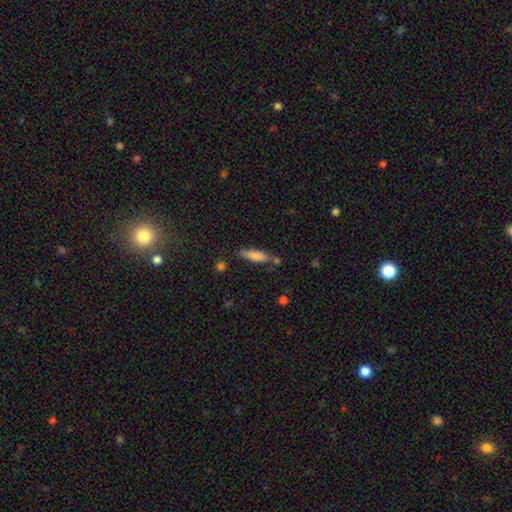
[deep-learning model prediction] Smooth or featured?
  - smooth: 75% *
  - featured or disk: 18%
  - star or artifact: 7%
How rounded?
  - cigar-shaped: 74% *
  - in between: 24%
  - round: 2%
Merging?
  - none: 71% *
  - minor disturbance: 16%
  - merger: 9%
  - major disturbance: 4%